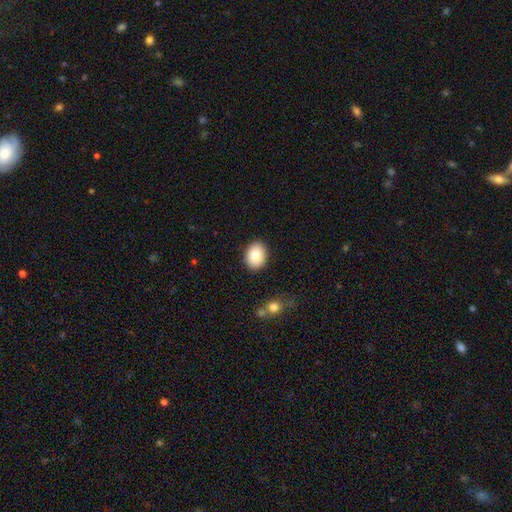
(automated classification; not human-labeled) Overall: smooth (83%). How rounded: in between (59%; round 40%). Merging: none (89%).